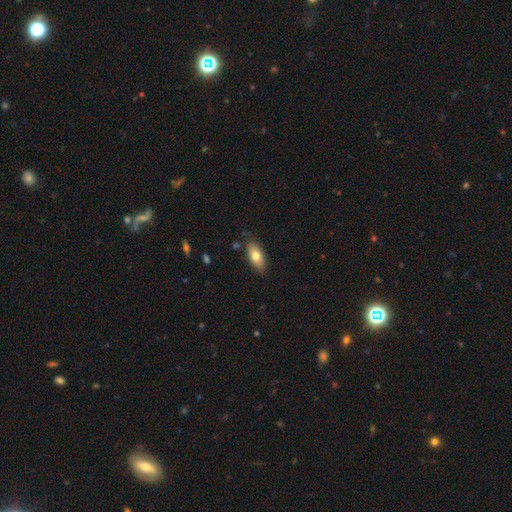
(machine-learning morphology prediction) A smooth galaxy with no disk features (76%) that is in between round and cigar-shaped (88%). Merging: none (83%).